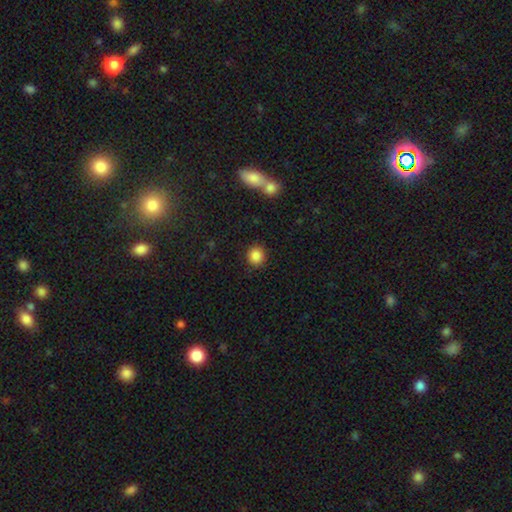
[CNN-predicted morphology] Smooth or featured? Predicted: smooth (p=0.86). How rounded? Predicted: round (p=0.87). Merging? Predicted: none (p=0.89).